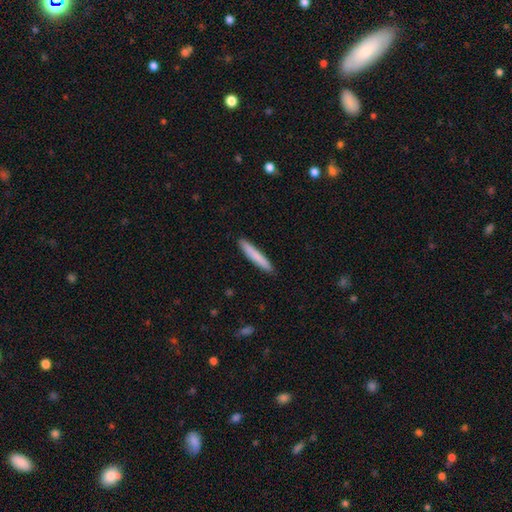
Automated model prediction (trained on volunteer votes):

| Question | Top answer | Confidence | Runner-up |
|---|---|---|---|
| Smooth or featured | smooth | 82% | featured or disk (13%) |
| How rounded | cigar-shaped | 95% | in between (4%) |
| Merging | none | 91% | minor disturbance (7%) |